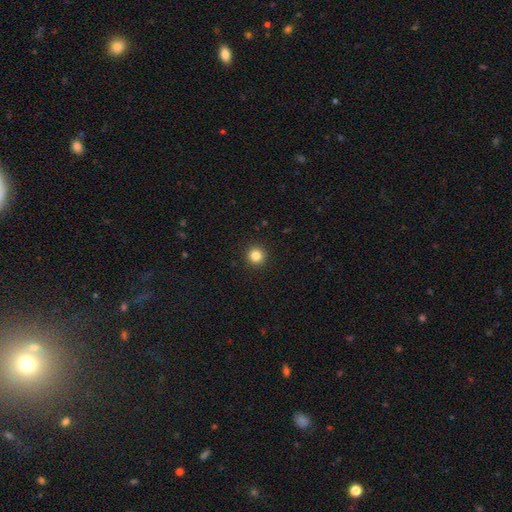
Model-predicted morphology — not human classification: Smooth or featured: smooth — 83% (star or artifact — 12%)
How rounded: round — 95% (in between — 4%)
Merging: none — 93% (minor disturbance — 4%)